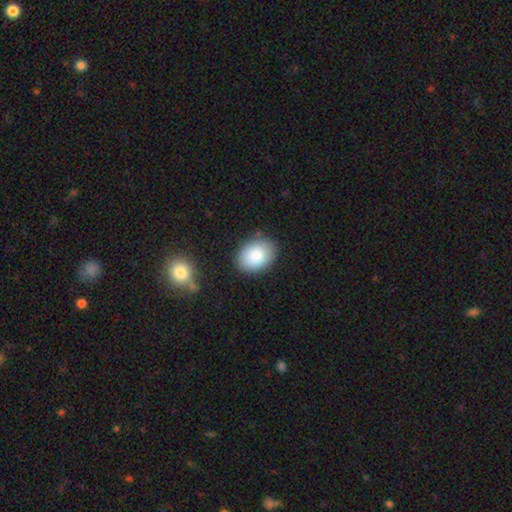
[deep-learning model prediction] The model was most divided on "how rounded": in between: 69%, round: 30%, cigar-shaped: 1%. More confident: smooth or featured — smooth (86%); merging — none (84%).